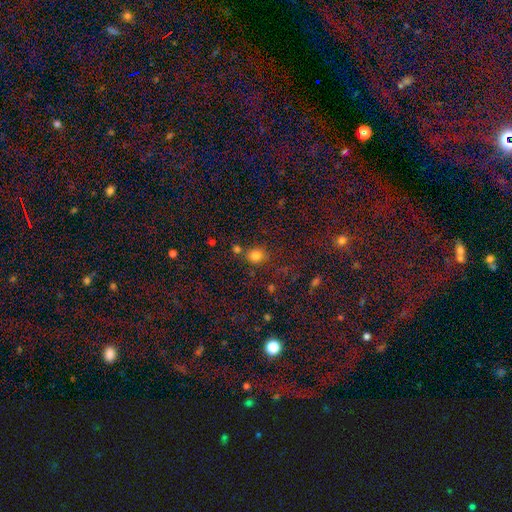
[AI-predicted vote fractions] Q: Smooth or featured?
A: smooth (79%); runner-up: star or artifact (15%)
Q: How rounded?
A: round (72%); runner-up: in between (26%)
Q: Merging?
A: none (67%); runner-up: merger (15%)